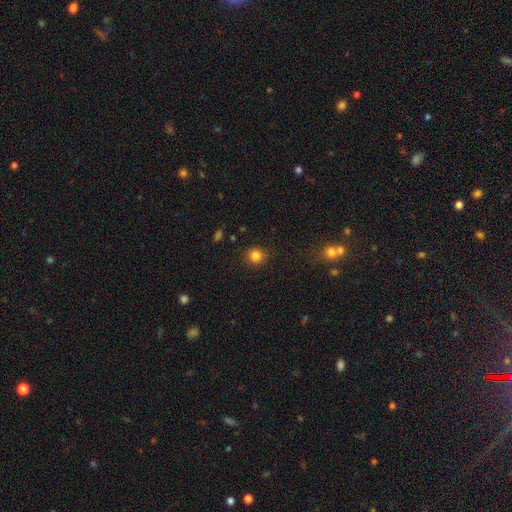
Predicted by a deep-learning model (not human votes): Smooth or featured? smooth (83%)
How rounded? round (89%)
Merging? none (88%)